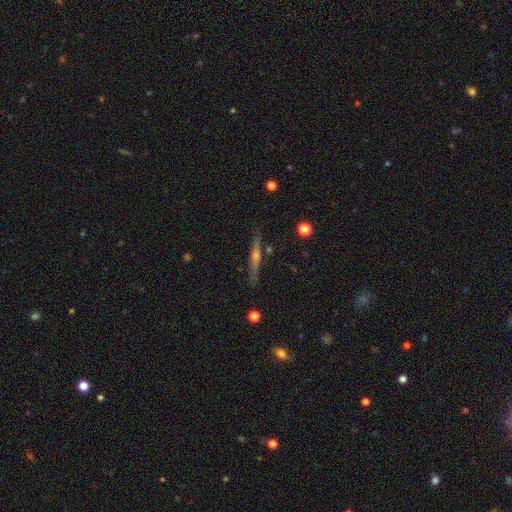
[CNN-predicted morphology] smooth-or-featured: featured or disk: 68% | smooth: 24% | star or artifact: 7%
  disk-edge-on: yes: 97% | no: 3%
    edge-on-bulge: rounded: 73% | none: 18% | boxy: 9%
  merging: none: 86% | minor disturbance: 9% | merger: 3% | major disturbance: 2%